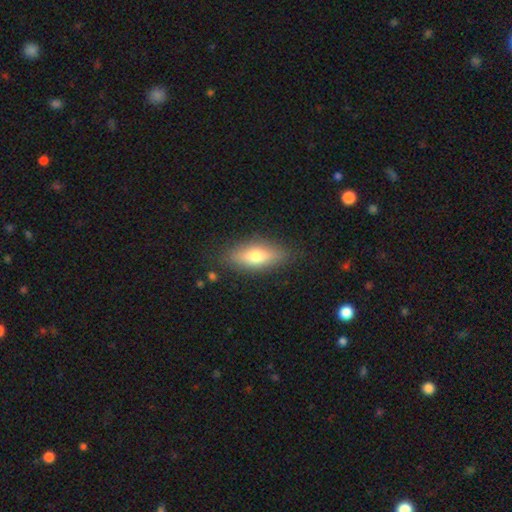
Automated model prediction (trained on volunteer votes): smooth-or-featured: smooth: 68% | featured or disk: 25% | star or artifact: 7%
  how-rounded: in between: 72% | cigar-shaped: 24% | round: 4%
  merging: none: 83% | minor disturbance: 12% | major disturbance: 3% | merger: 1%